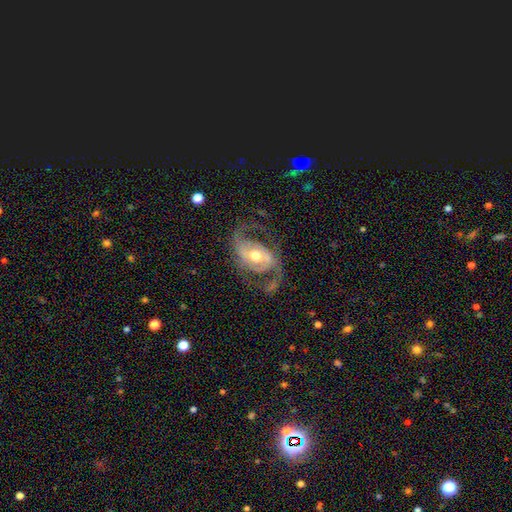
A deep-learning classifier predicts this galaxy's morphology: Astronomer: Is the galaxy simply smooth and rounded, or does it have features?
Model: featured or disk — 88%.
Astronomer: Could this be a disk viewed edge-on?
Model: no — 97%.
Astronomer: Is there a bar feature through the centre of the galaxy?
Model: no — 39% (runner-up: weak, 35%).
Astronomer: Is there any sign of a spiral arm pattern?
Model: yes — 94%.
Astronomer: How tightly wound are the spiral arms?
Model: medium — 49% (runner-up: loose, 36%).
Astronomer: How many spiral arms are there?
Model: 2 — 86%.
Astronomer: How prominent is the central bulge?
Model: moderate — 74%.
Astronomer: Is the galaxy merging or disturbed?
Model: none — 61%.